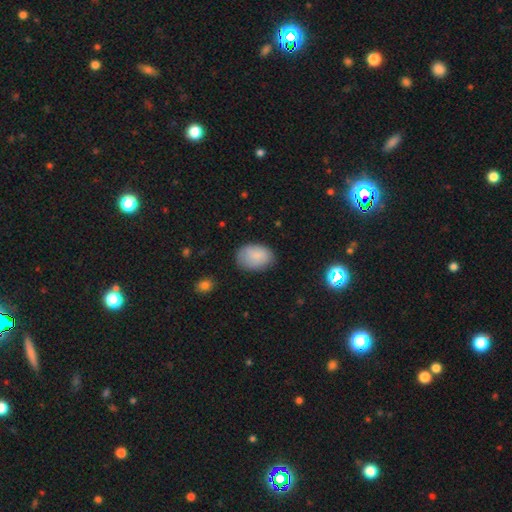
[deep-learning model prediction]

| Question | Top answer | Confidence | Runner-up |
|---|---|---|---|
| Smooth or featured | smooth | 83% | featured or disk (9%) |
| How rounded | in between | 83% | round (16%) |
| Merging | none | 74% | minor disturbance (20%) |